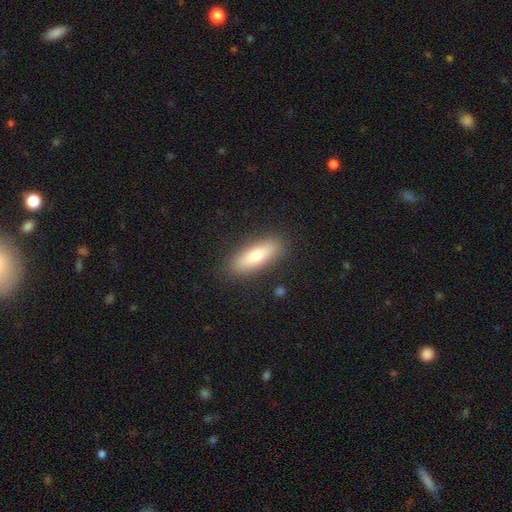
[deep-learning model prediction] Smooth or featured? smooth (75%)
How rounded? in between (55%)
Merging? none (88%)